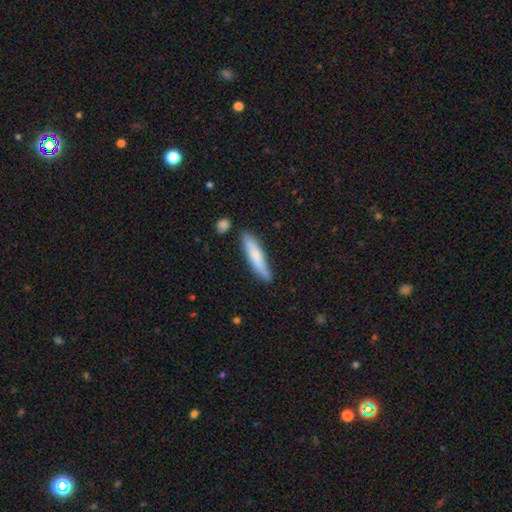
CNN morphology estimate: Smooth or featured? smooth (71%)
How rounded? cigar-shaped (86%)
Merging? none (77%)